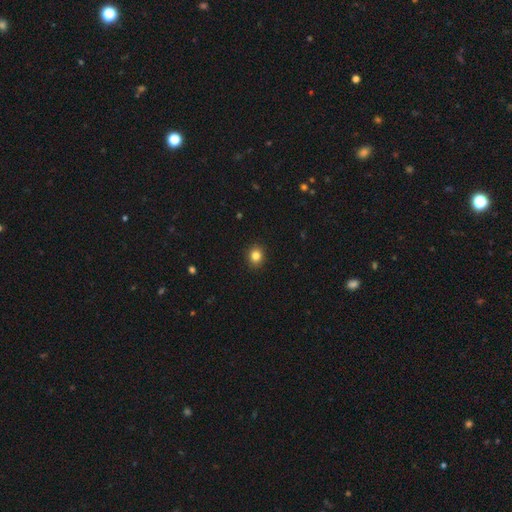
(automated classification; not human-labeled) Morphology: type=smooth (83%); roundness=round (77%); merging=none (92%).